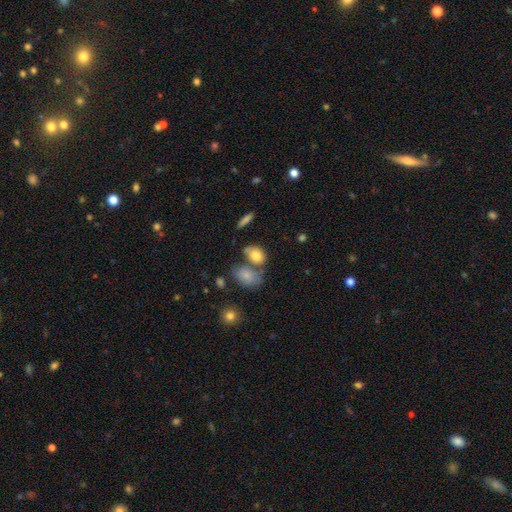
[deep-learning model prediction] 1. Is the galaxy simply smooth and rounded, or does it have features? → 79% smooth, 12% featured or disk, 9% star or artifact.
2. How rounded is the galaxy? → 71% in between, 27% round, 2% cigar-shaped.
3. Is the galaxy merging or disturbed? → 47% none, 30% merger, 16% minor disturbance, 7% major disturbance.